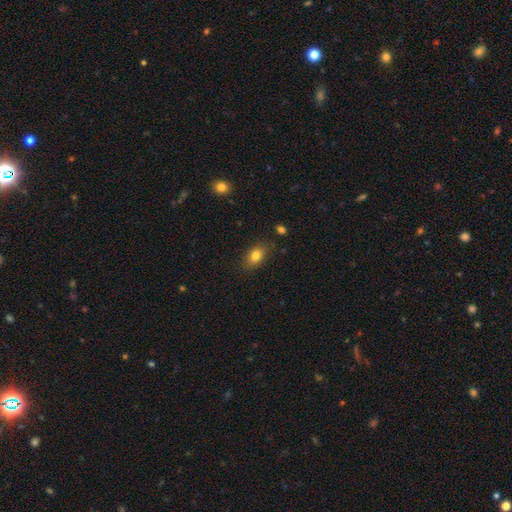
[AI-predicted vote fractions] smooth 80%, featured or disk 10%, star or artifact 10%. Down the decision tree: how rounded — in between (82%); merging — none (83%).